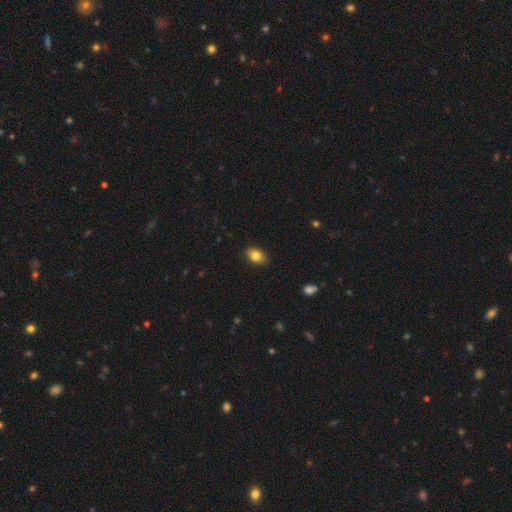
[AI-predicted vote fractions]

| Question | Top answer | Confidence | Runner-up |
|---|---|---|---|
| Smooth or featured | smooth | 83% | star or artifact (9%) |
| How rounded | in between | 79% | round (20%) |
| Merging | none | 87% | minor disturbance (10%) |